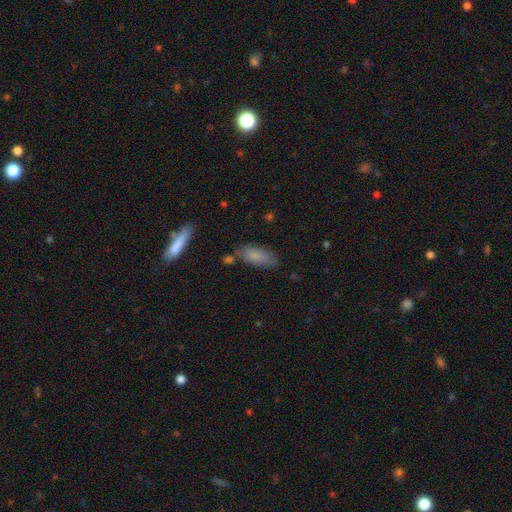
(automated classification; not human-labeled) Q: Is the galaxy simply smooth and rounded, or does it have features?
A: smooth — 80%.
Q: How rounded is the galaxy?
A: in between — 67%.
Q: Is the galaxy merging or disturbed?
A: none — 70%.